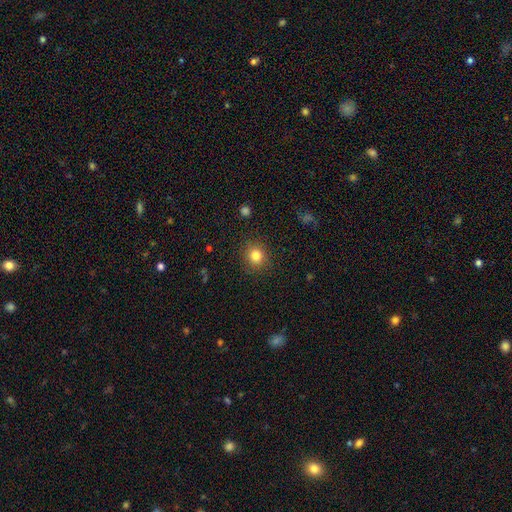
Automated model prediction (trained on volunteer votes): Smooth or featured? Predicted: smooth (p=0.82). How rounded? Predicted: round (p=0.87). Merging? Predicted: none (p=0.88).